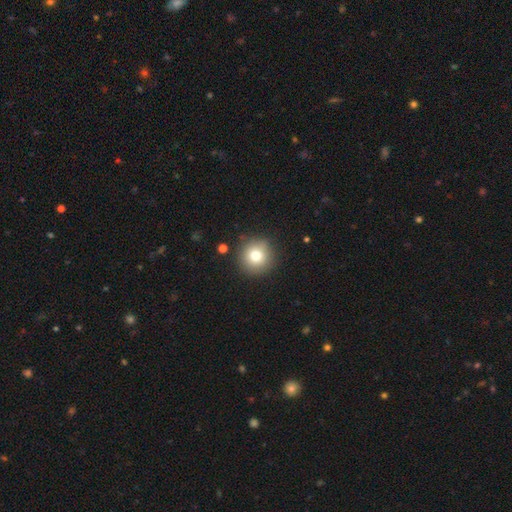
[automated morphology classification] Overall: smooth (78%). How rounded: round (95%). Merging: none (89%).